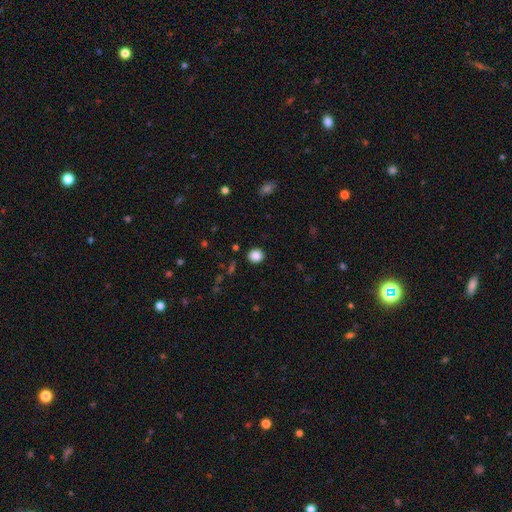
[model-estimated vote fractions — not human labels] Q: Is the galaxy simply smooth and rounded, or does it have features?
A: smooth — 87%.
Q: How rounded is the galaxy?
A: round — 84%.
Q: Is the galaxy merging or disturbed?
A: none — 90%.